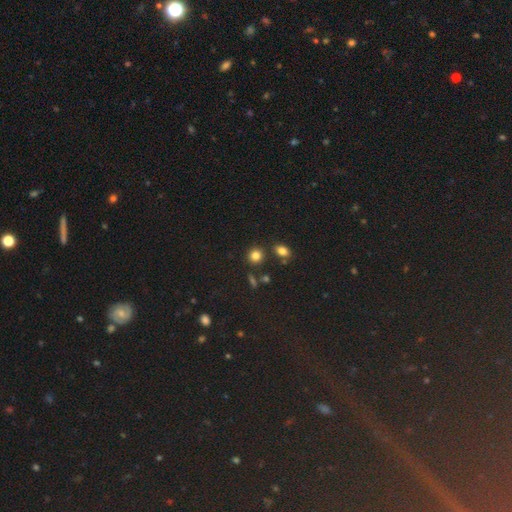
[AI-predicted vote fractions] A smooth galaxy with no disk features (82%) that is round (83%).

Vote fractions:
- Smooth or featured? smooth: 82% / star or artifact: 13% / featured or disk: 5%
- How rounded? round: 83% / in between: 16% / cigar-shaped: 1%
- Merging? none: 81% / minor disturbance: 9% / merger: 8% / major disturbance: 3%